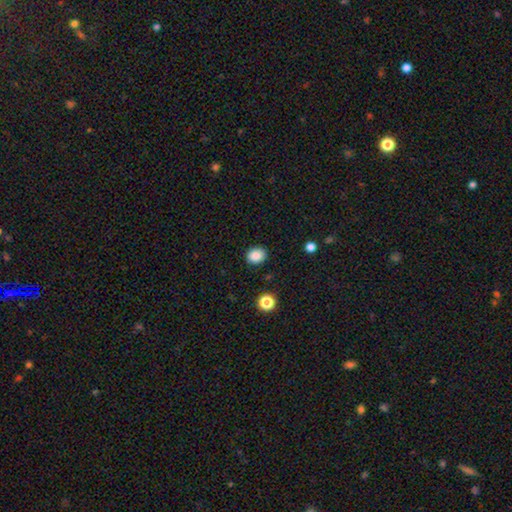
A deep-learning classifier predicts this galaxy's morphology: Q: Smooth or featured?
A: smooth (87%); runner-up: star or artifact (10%)
Q: How rounded?
A: round (58%); runner-up: in between (42%)
Q: Merging?
A: none (88%); runner-up: minor disturbance (9%)